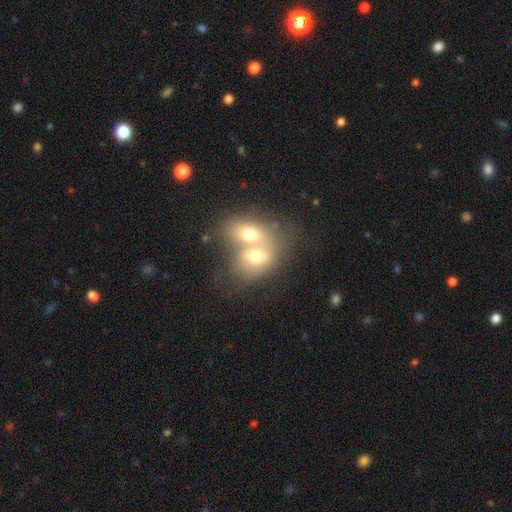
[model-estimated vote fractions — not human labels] smooth_or_featured: smooth (p=0.63) [alt: featured or disk p=0.28]
how_rounded: in between (p=0.60) [alt: round p=0.38]
merging: merger (p=0.75) [alt: none p=0.14]